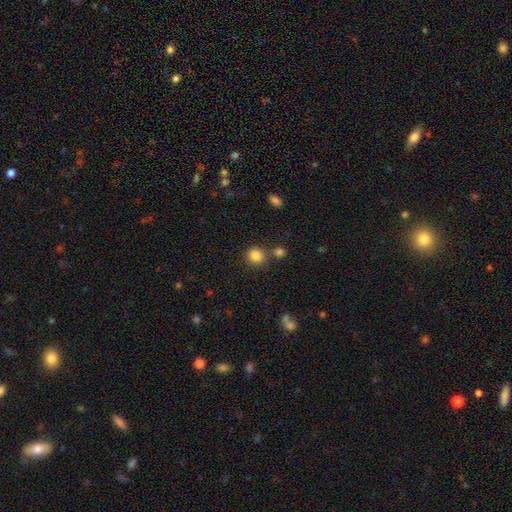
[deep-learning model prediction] Smooth or featured: smooth — 85% (star or artifact — 11%)
How rounded: round — 87% (in between — 12%)
Merging: none — 72% (merger — 15%)